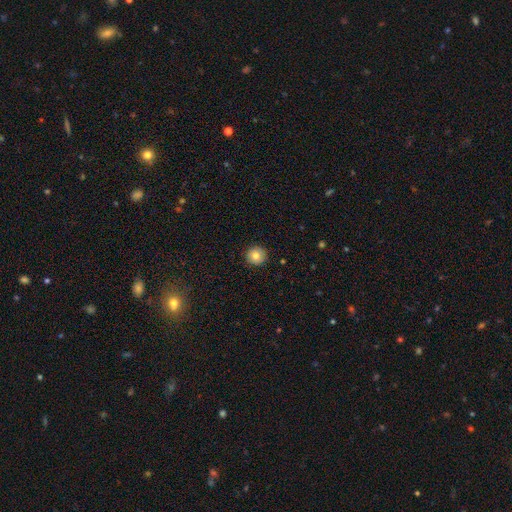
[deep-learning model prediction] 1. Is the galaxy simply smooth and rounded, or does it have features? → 82% smooth, 10% star or artifact, 9% featured or disk.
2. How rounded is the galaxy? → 94% round, 5% in between, 1% cigar-shaped.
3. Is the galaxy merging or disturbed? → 91% none, 6% minor disturbance, 2% major disturbance, 1% merger.